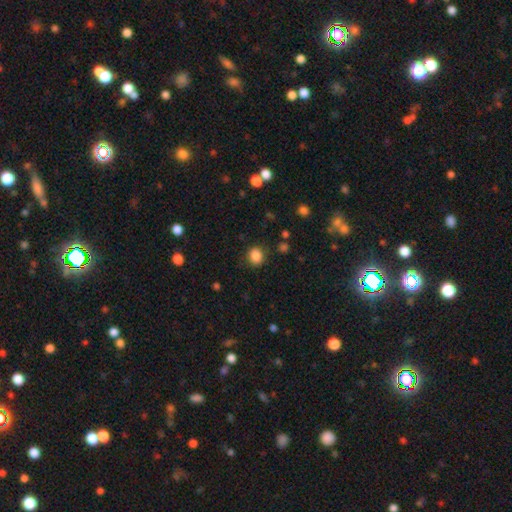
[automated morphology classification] This appears to be a smooth galaxy with no disk features (85%) that is round (65%). Merging: none (84%).